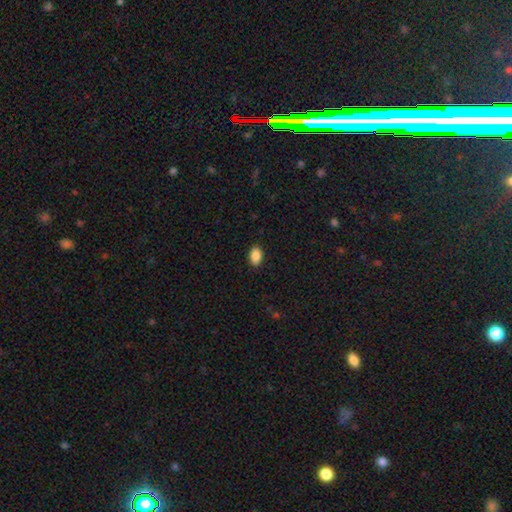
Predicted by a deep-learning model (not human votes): smooth-or-featured: smooth: 89% | star or artifact: 8% | featured or disk: 3%
  how-rounded: in between: 88% | round: 10% | cigar-shaped: 1%
  merging: none: 90% | minor disturbance: 7% | major disturbance: 2% | merger: 1%